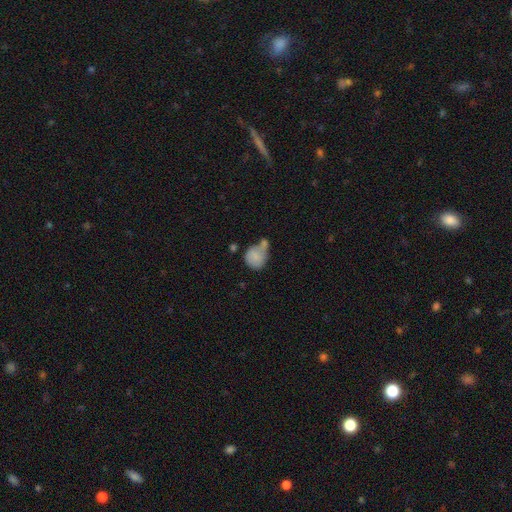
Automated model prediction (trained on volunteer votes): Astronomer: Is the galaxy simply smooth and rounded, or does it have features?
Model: smooth — 77%.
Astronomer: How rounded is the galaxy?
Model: round — 59% (runner-up: in between, 40%).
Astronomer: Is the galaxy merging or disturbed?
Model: merger — 38% (runner-up: none, 26%).